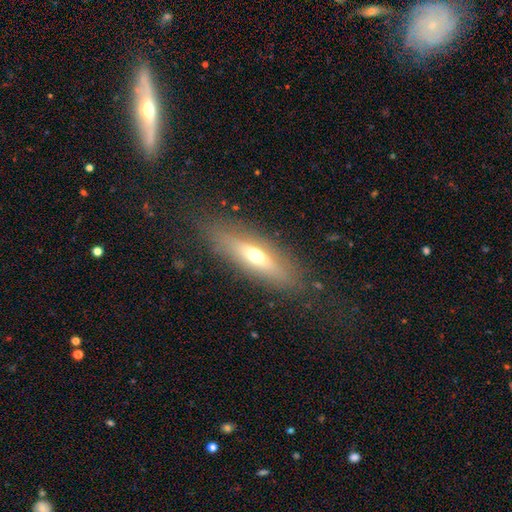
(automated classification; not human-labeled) The model was most divided on "smooth or featured": smooth: 51%, featured or disk: 40%, star or artifact: 9%. More confident: merging — none (83%); how rounded — cigar-shaped (55%).